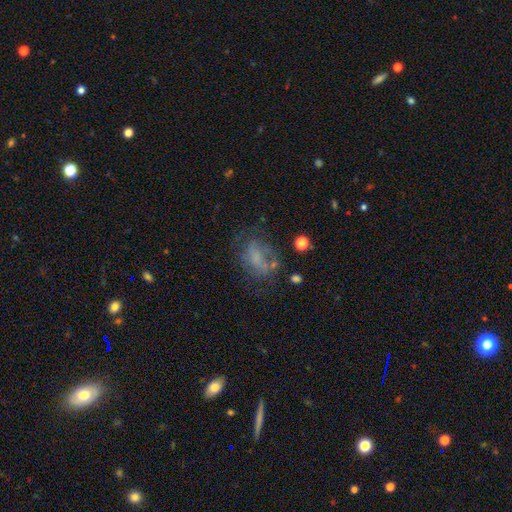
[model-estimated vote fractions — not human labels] smooth 45%, featured or disk 38%, star or artifact 16%. Down the decision tree: merging — none (42%).